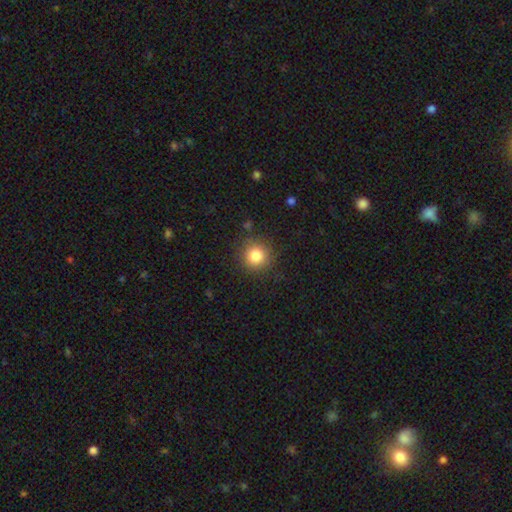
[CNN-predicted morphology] This is clearly a smooth galaxy (83%). How rounded: clearly round (94%). Merging: clearly none (87%).